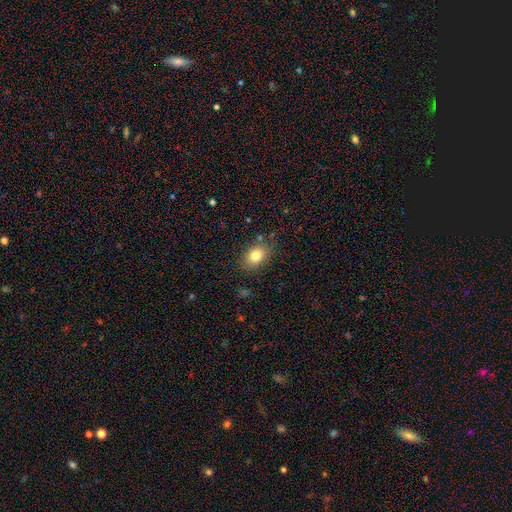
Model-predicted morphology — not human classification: This is clearly a smooth galaxy (81%). How rounded: likely in between (76%). Merging: clearly none (82%).